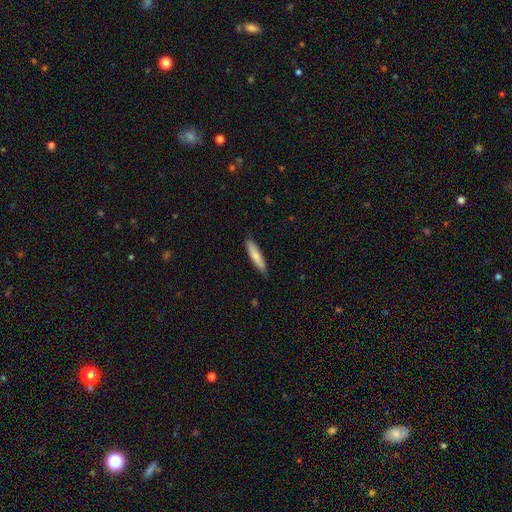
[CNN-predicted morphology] Overall: smooth (78%). How rounded: cigar-shaped (81%). Merging: none (84%).